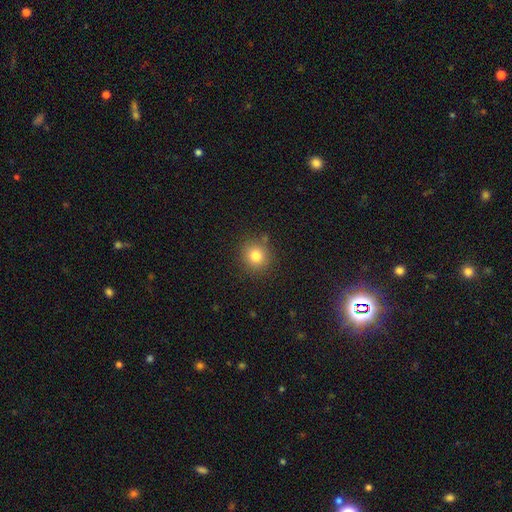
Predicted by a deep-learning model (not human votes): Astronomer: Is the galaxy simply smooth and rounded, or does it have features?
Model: smooth — 80%.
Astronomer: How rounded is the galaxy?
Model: round — 89%.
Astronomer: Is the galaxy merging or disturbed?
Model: none — 86%.